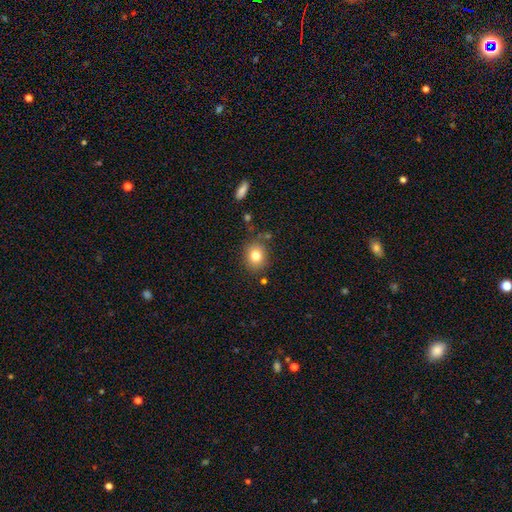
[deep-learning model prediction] Smooth or featured? smooth (80%)
How rounded? round (69%)
Merging? none (80%)